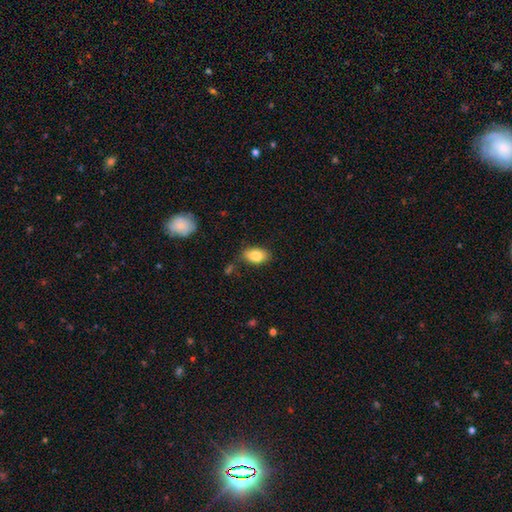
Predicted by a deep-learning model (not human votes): This appears to be a smooth galaxy with no disk features (85%) that is in between round and cigar-shaped (89%). Merging: none (78%).